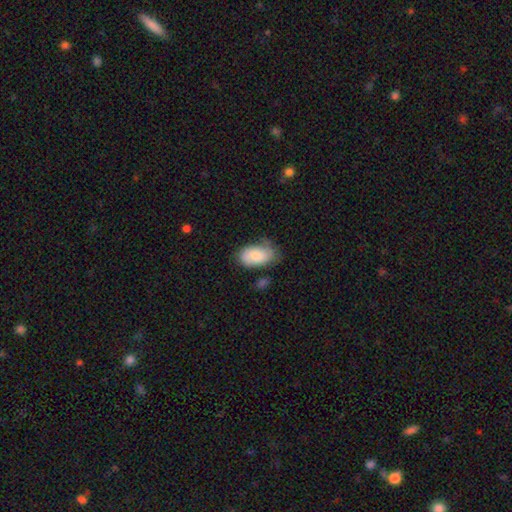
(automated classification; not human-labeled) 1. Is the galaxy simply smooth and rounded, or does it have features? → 77% smooth, 17% featured or disk, 6% star or artifact.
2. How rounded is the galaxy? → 94% in between, 5% round, 2% cigar-shaped.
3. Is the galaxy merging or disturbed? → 53% none, 33% minor disturbance, 10% major disturbance, 4% merger.